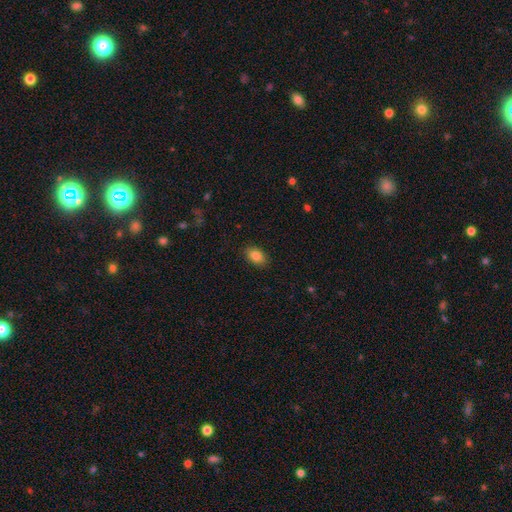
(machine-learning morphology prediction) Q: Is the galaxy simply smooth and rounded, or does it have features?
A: smooth — 85%.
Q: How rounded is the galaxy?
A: in between — 88%.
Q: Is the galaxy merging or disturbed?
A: none — 88%.